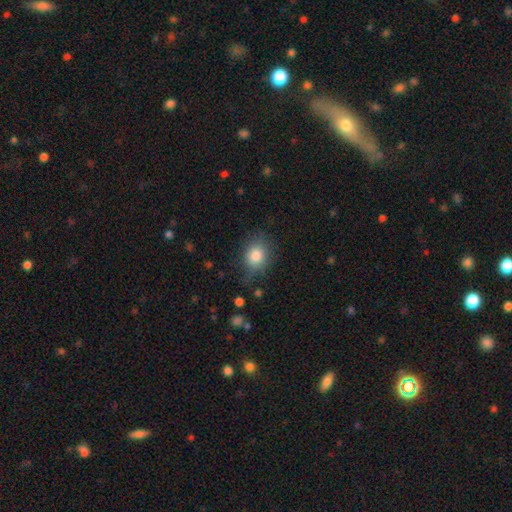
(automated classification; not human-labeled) Smooth or featured: smooth — 83% (star or artifact — 9%)
How rounded: round — 53% (in between — 46%)
Merging: none — 70% (minor disturbance — 21%)